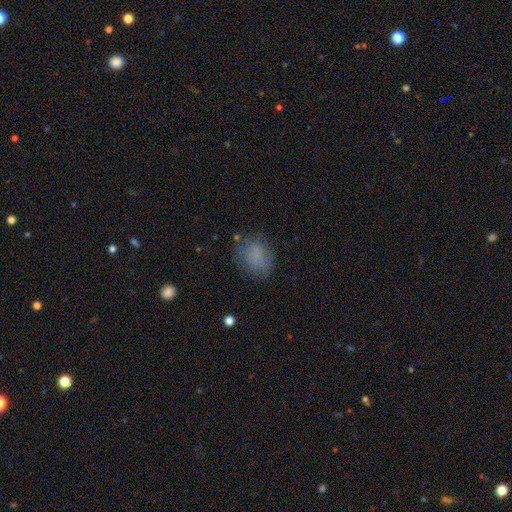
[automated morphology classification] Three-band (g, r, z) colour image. It shows a smooth galaxy with no disk features (69%) that is in between round and cigar-shaped (50%). Merging: none (63%).